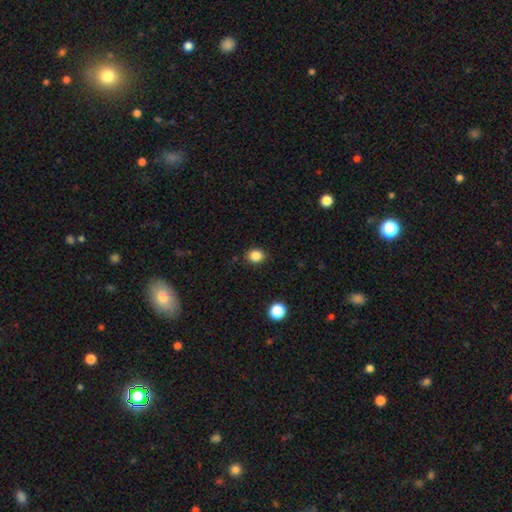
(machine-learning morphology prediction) Smooth or featured: smooth — 85% (star or artifact — 11%)
How rounded: round — 63% (in between — 36%)
Merging: none — 88% (minor disturbance — 8%)